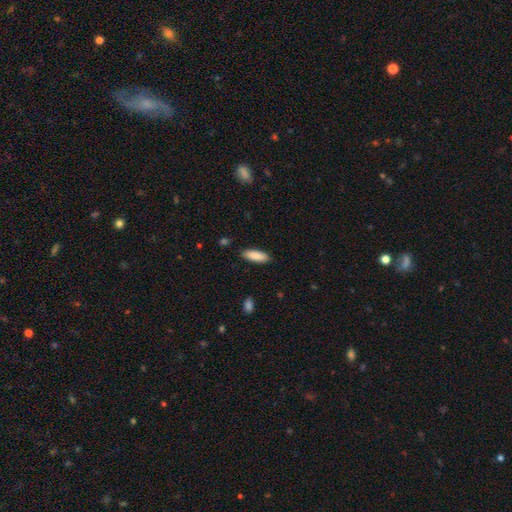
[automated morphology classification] Smooth or featured? Predicted: smooth (p=0.88). How rounded? Predicted: in between (p=0.63). Merging? Predicted: none (p=0.88).